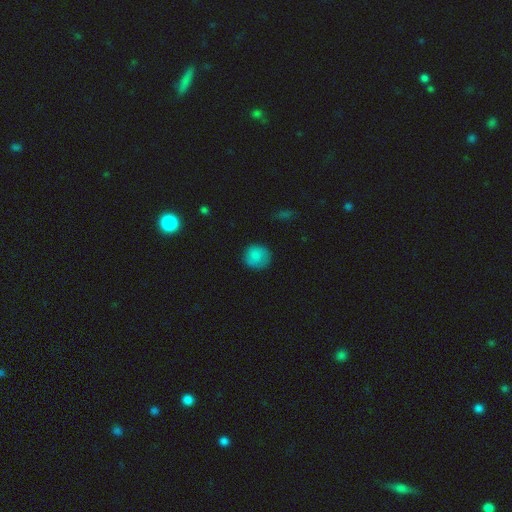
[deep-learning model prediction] The model was most divided on "merging": none: 79%, minor disturbance: 16%, major disturbance: 4%, merger: 1%. More confident: how rounded — round (89%); smooth or featured — smooth (82%).